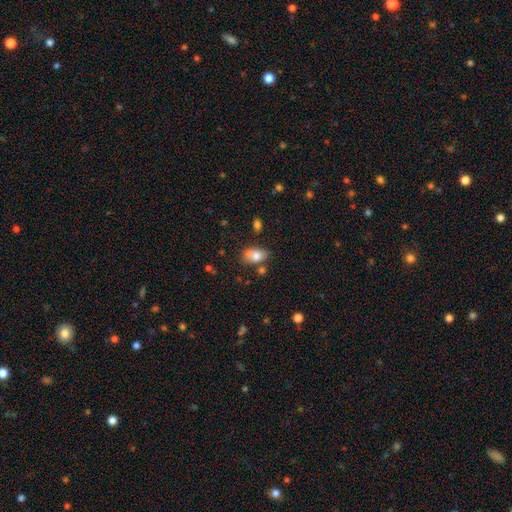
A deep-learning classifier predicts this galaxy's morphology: Smooth or featured? smooth (77%)
How rounded? in between (86%)
Merging? none (56%)